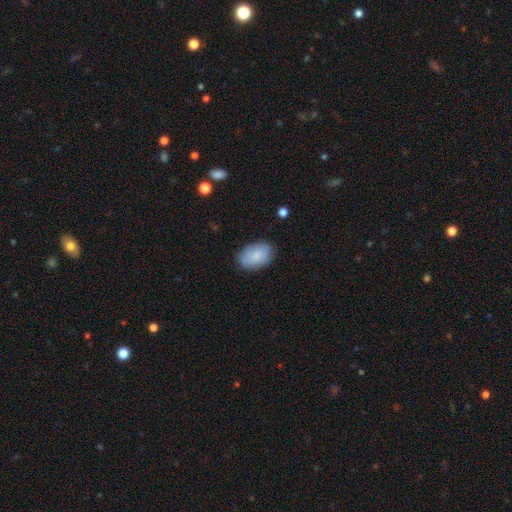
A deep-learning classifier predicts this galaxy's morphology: The model was most divided on "merging": none: 81%, minor disturbance: 15%, major disturbance: 3%, merger: 1%. More confident: how rounded — in between (90%); smooth or featured — smooth (82%).